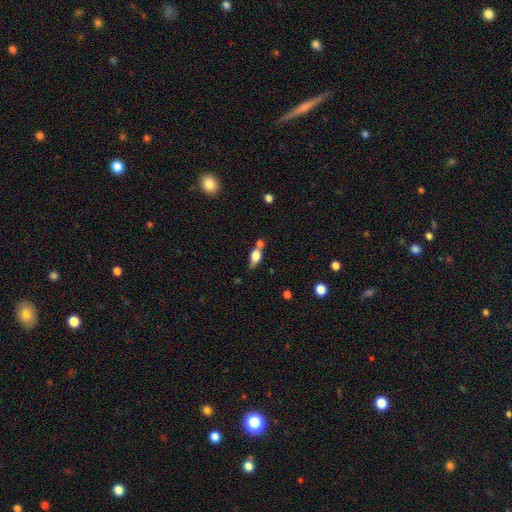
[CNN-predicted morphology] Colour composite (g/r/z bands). It shows a smooth galaxy with no disk features (64%) that is in between round and cigar-shaped (71%). Merging: none (47%).